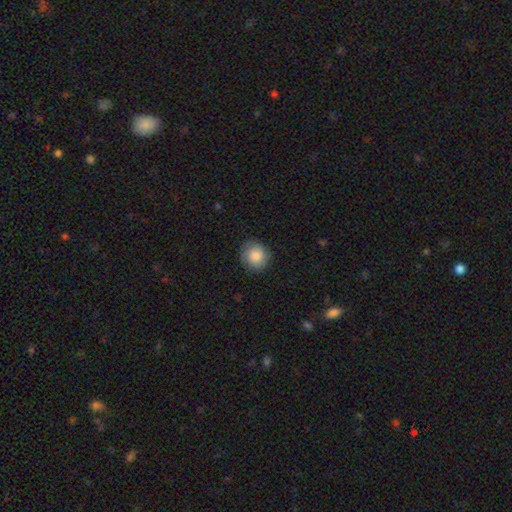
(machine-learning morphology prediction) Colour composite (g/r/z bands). It shows a smooth galaxy with no disk features (86%) that is round (90%). Merging: none (88%).